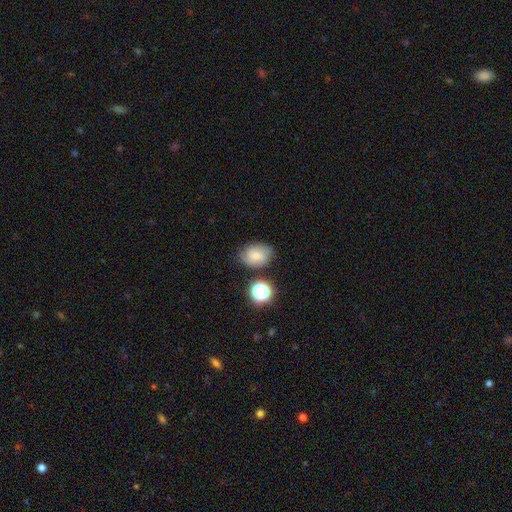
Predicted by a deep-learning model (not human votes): smooth-or-featured: smooth: 56% | featured or disk: 25% | star or artifact: 20%
  how-rounded: in between: 65% | round: 34% | cigar-shaped: 1%
  merging: none: 74% | minor disturbance: 16% | merger: 5% | major disturbance: 4%